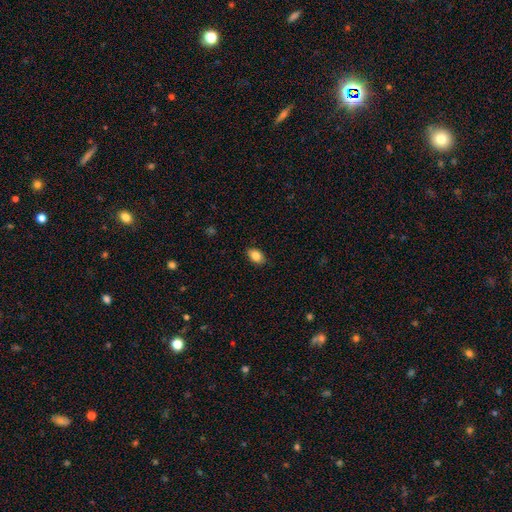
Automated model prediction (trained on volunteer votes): A smooth galaxy with no disk features (85%) that is in between round and cigar-shaped (87%).

Vote fractions:
- Smooth or featured? smooth: 85% / star or artifact: 8% / featured or disk: 7%
- How rounded? in between: 87% / round: 11% / cigar-shaped: 2%
- Merging? none: 87% / minor disturbance: 10% / major disturbance: 2% / merger: 1%